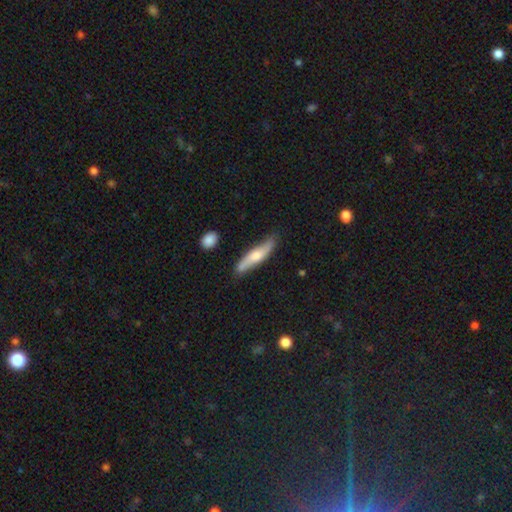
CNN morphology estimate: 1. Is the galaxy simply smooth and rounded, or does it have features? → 50% smooth, 45% featured or disk, 5% star or artifact.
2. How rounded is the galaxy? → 79% cigar-shaped, 19% in between, 2% round.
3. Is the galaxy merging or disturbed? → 75% none, 19% minor disturbance, 3% merger, 3% major disturbance.